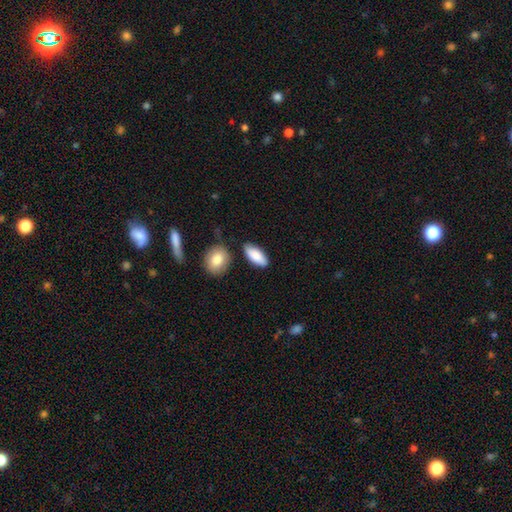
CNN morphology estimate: This is clearly a smooth galaxy (85%). How rounded: clearly in between (84%). Merging: likely none (79%).